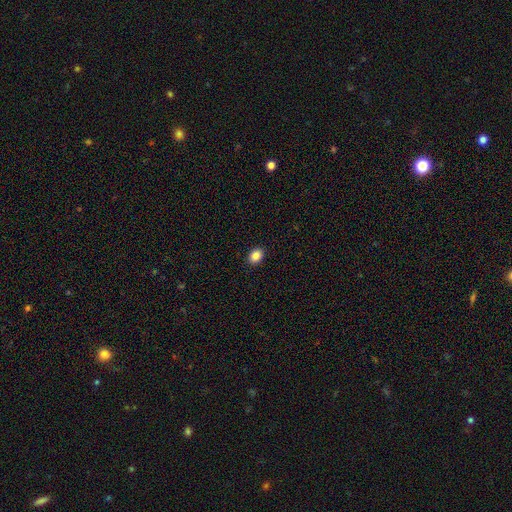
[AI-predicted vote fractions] Morphology: type=smooth (86%); roundness=in between (66%); merging=none (91%).